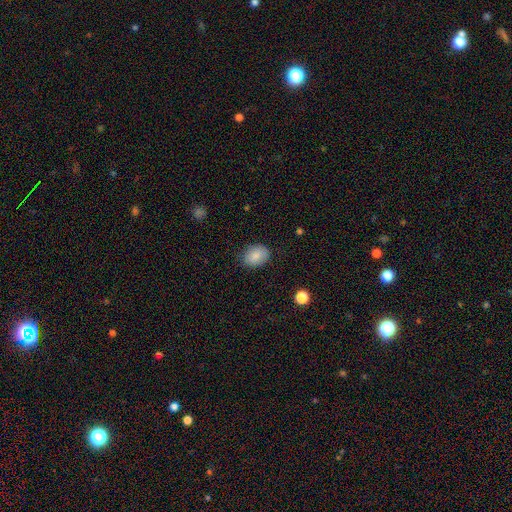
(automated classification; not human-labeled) Morphology: type=smooth (83%); roundness=in between (68%); merging=none (81%).